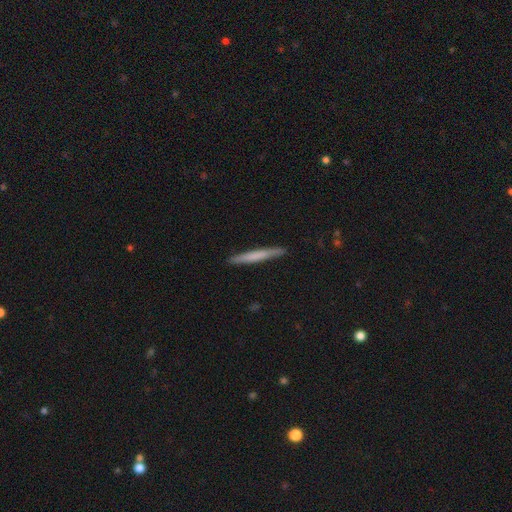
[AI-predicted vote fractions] Smooth or featured?
  - smooth: 63% *
  - featured or disk: 32%
  - star or artifact: 5%
How rounded?
  - cigar-shaped: 97% *
  - in between: 2%
  - round: 1%
Merging?
  - none: 91% *
  - minor disturbance: 6%
  - major disturbance: 1%
  - merger: 1%